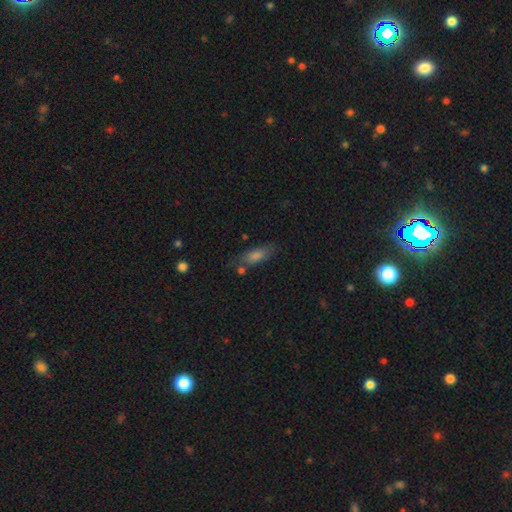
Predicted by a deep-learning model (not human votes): This is likely a smooth galaxy (71%). How rounded: possibly in between (59%). Merging: likely none (72%).